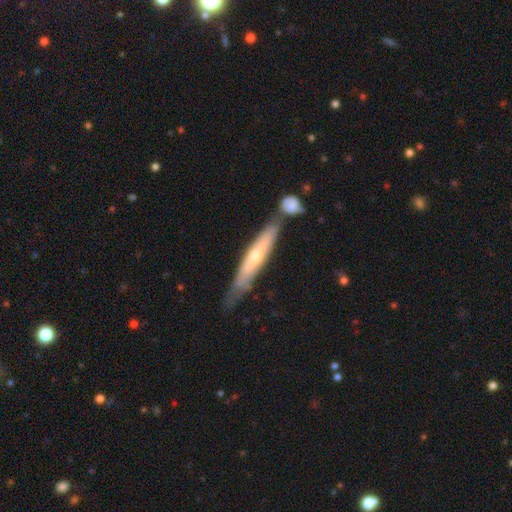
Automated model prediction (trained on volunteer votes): A featured or disk galaxy (57%) viewed edge-on (73%). Merging: none (58%).